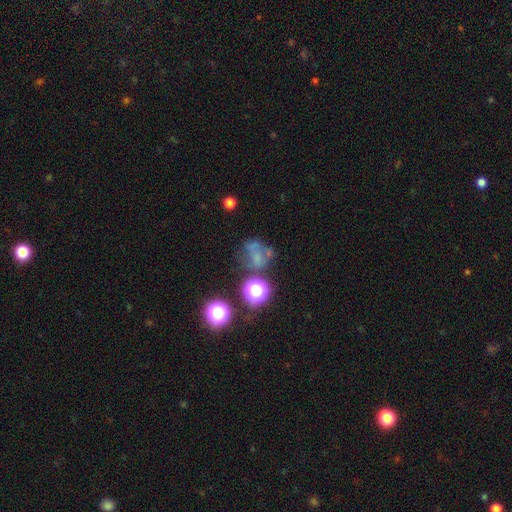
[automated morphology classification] Smooth or featured? Predicted: smooth (p=0.42). Merging? Predicted: none (p=0.38).